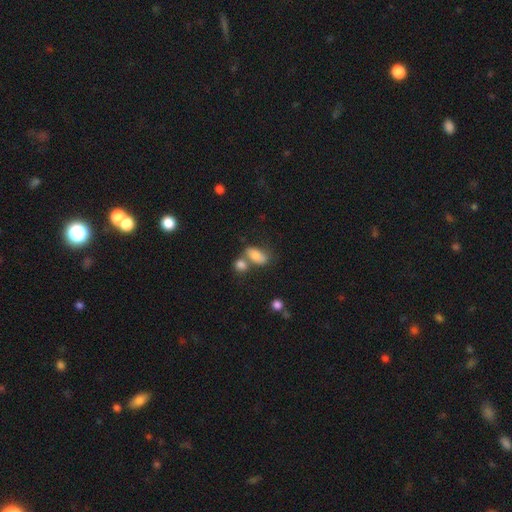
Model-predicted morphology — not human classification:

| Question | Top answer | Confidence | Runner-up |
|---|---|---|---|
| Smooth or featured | smooth | 79% | featured or disk (13%) |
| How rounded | in between | 89% | round (8%) |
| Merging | merger | 42% | none (37%) |